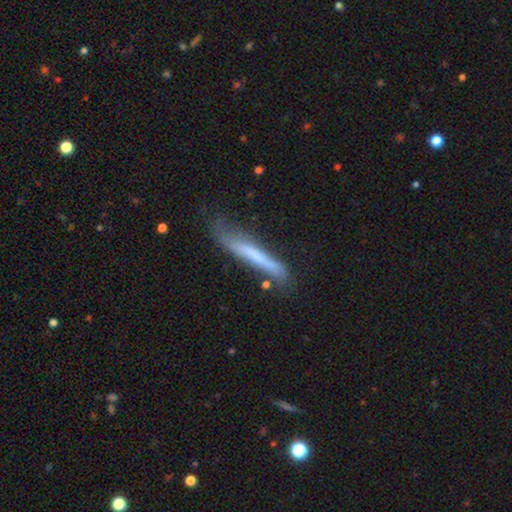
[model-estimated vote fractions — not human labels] Smooth or featured? Predicted: smooth (p=0.52). How rounded? Predicted: cigar-shaped (p=0.94). Merging? Predicted: none (p=0.51).